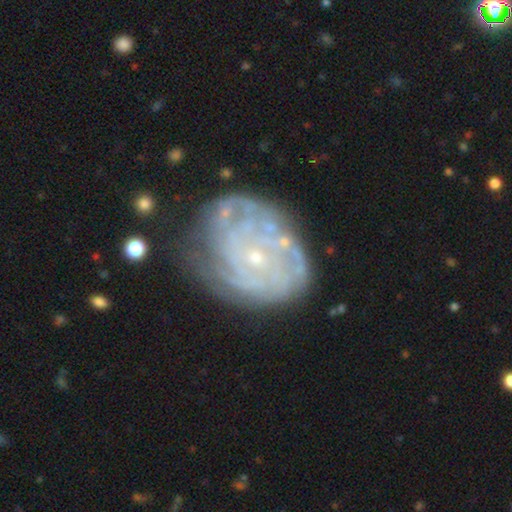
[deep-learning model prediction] The model was most divided on "merging": none: 59%, minor disturbance: 24%, major disturbance: 13%, merger: 3%. Remaining: edge-on disk — no (97%); spiral arms — yes (84%); bulge size — small (82%); bar — no (80%); smooth or featured — featured or disk (79%); spiral winding — tight (73%); spiral arm count — can't tell (50%).